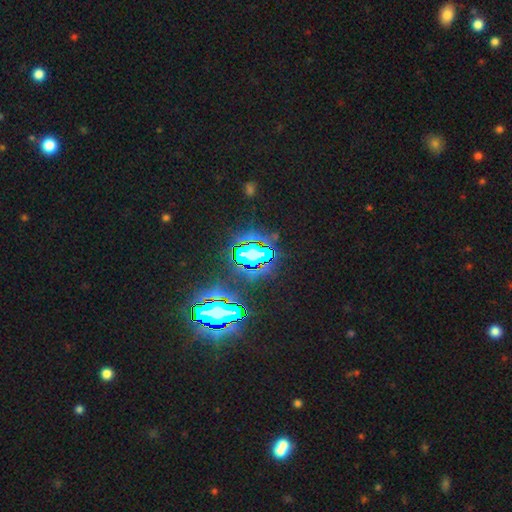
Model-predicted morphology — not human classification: The model was most divided on "smooth or featured": star or artifact: 72%, smooth: 16%, featured or disk: 13%.